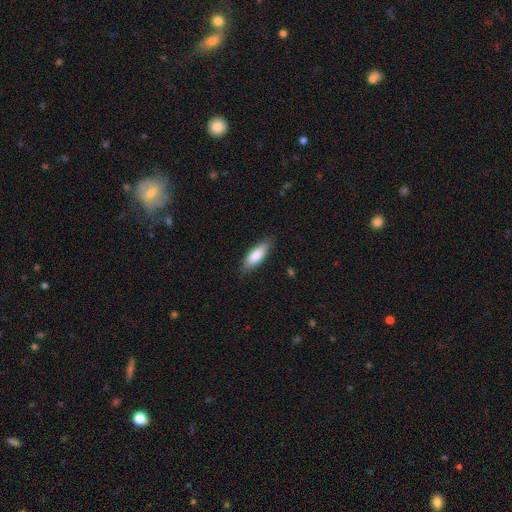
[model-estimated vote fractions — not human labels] This is clearly a smooth galaxy (80%). How rounded: likely in between (61%). Merging: clearly none (83%).